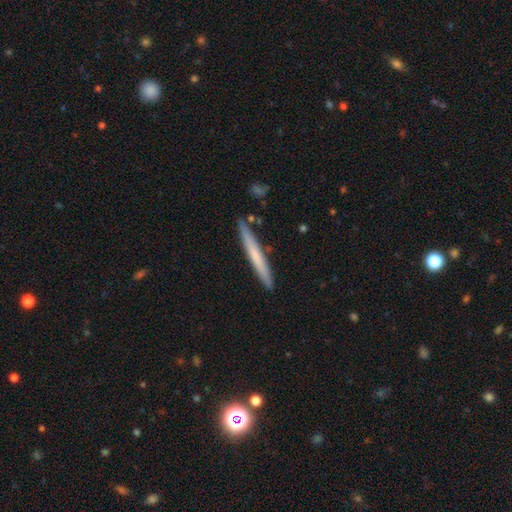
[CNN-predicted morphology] The model was most divided on "smooth or featured": smooth: 59%, featured or disk: 36%, star or artifact: 6%. More confident: how rounded — cigar-shaped (97%); merging — none (88%).